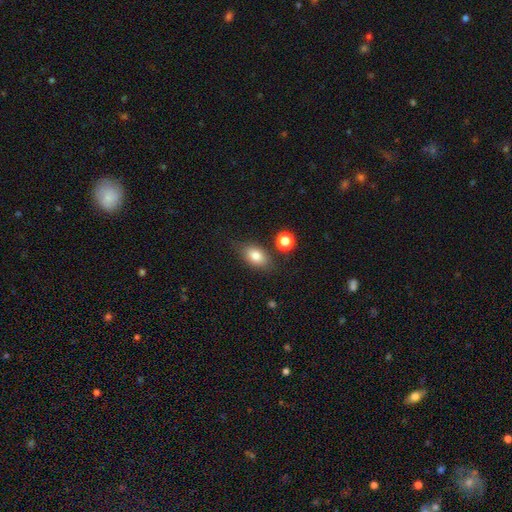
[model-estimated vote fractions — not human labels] The model was most divided on "merging": none: 76%, minor disturbance: 15%, merger: 5%, major disturbance: 4%. More confident: how rounded — in between (85%); smooth or featured — smooth (81%).